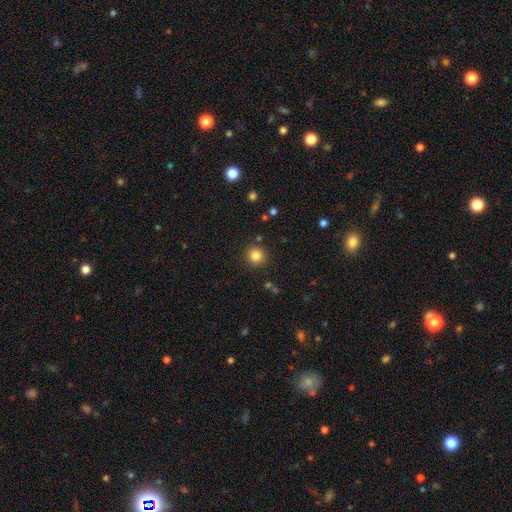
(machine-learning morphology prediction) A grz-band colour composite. It shows a smooth galaxy with no disk features (83%) that is round (93%). Merging: none (89%).